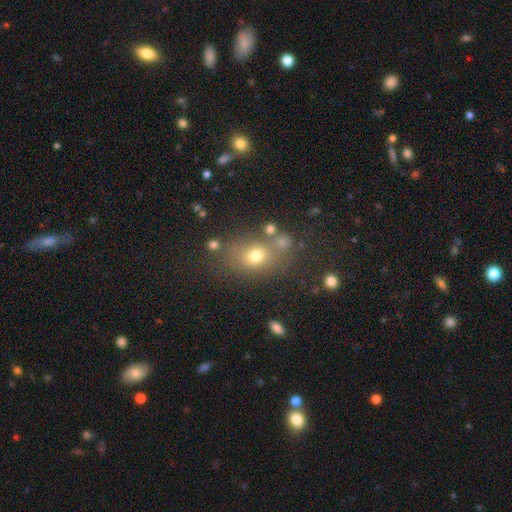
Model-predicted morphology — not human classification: Smooth or featured? smooth (70%)
How rounded? in between (50%)
Merging? none (66%)